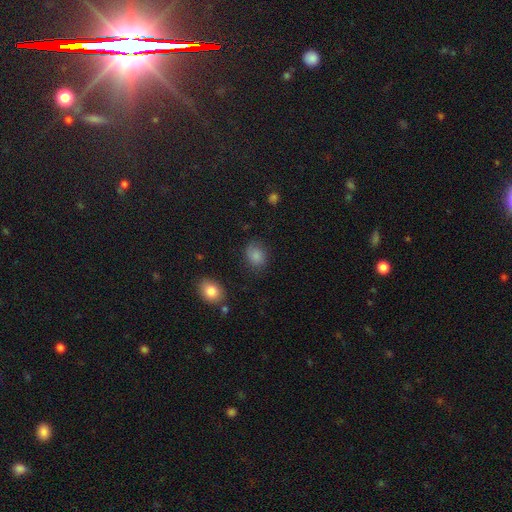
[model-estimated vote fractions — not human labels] smooth_or_featured: smooth (p=0.85) [alt: star or artifact p=0.10]
how_rounded: in between (p=0.54) [alt: round p=0.45]
merging: none (p=0.75) [alt: minor disturbance p=0.18]